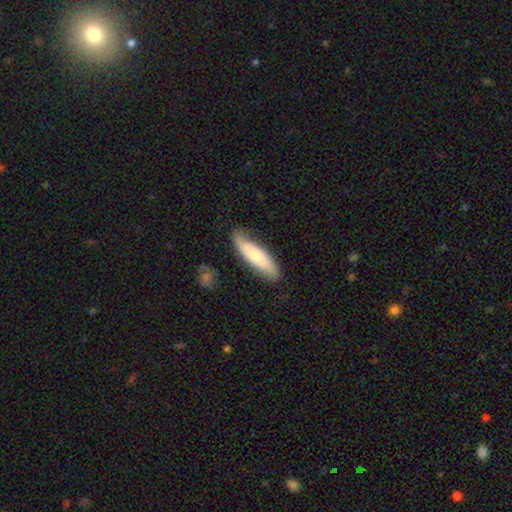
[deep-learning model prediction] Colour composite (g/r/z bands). It shows a smooth galaxy with no disk features (62%) that is cigar-shaped (59%). Merging: none (74%).